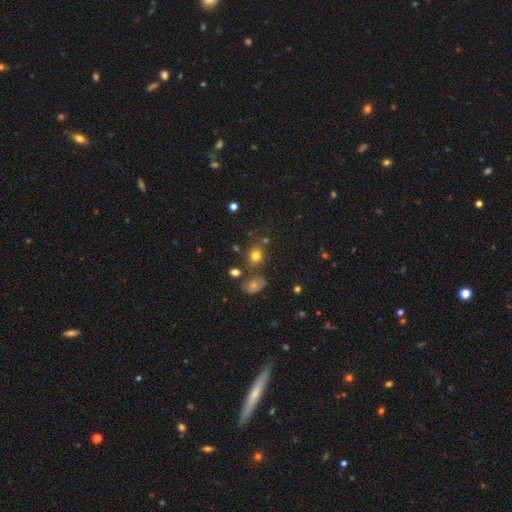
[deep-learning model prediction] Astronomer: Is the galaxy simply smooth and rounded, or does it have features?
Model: smooth — 77%.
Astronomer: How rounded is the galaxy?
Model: round — 64%.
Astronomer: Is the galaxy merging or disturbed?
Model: none — 70%.